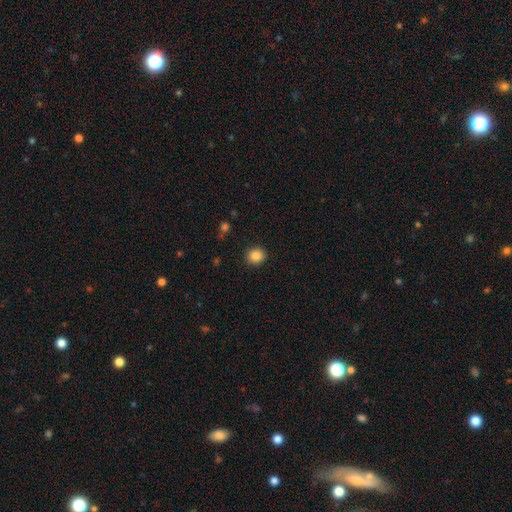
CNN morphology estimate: This appears to be a smooth galaxy with no disk features (86%) that is round (82%). Merging: none (90%).